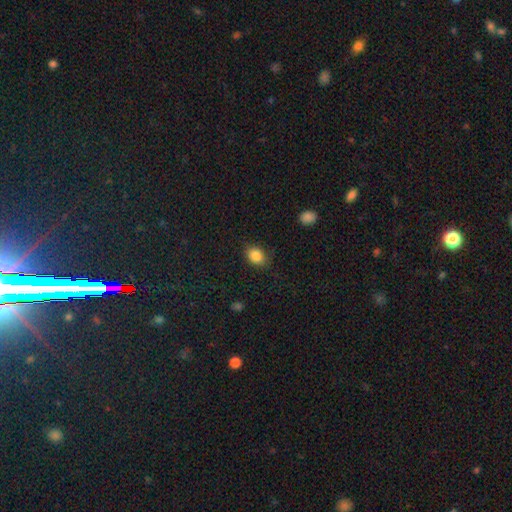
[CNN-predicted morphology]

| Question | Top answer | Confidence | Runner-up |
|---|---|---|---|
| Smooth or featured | smooth | 85% | star or artifact (9%) |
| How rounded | in between | 57% | round (42%) |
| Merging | none | 82% | minor disturbance (14%) |